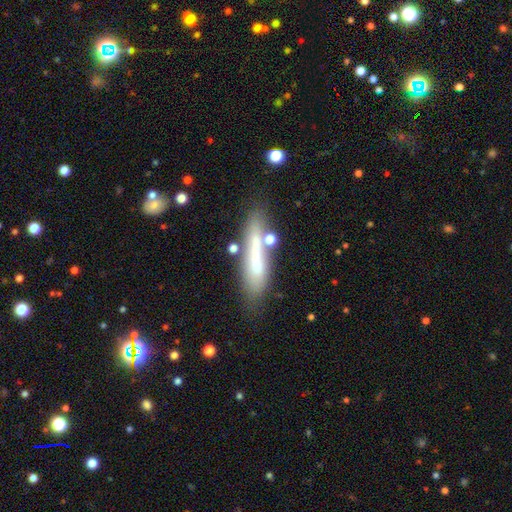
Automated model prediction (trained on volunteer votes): Smooth or featured? smooth (57%)
How rounded? cigar-shaped (81%)
Merging? none (62%)